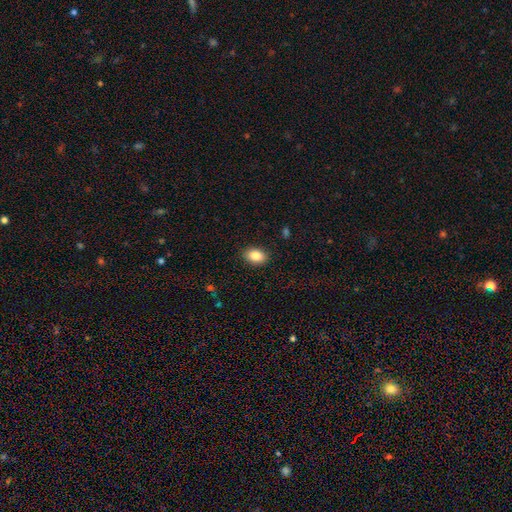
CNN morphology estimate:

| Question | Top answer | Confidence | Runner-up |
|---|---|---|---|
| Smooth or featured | smooth | 85% | star or artifact (8%) |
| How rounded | in between | 83% | round (16%) |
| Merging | none | 89% | minor disturbance (8%) |